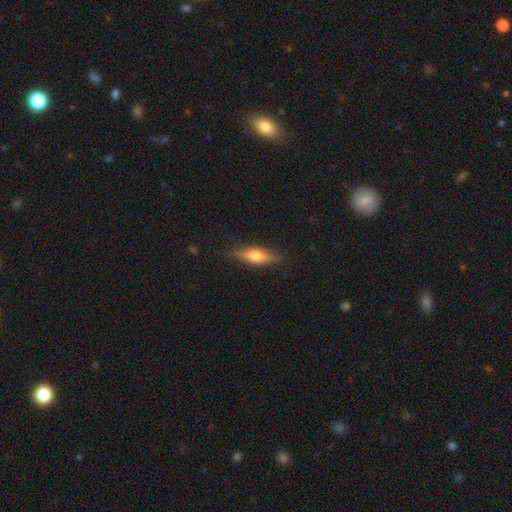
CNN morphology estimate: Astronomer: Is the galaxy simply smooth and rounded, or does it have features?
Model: featured or disk — 47% (runner-up: smooth, 46%).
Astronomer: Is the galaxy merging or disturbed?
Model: none — 85%.